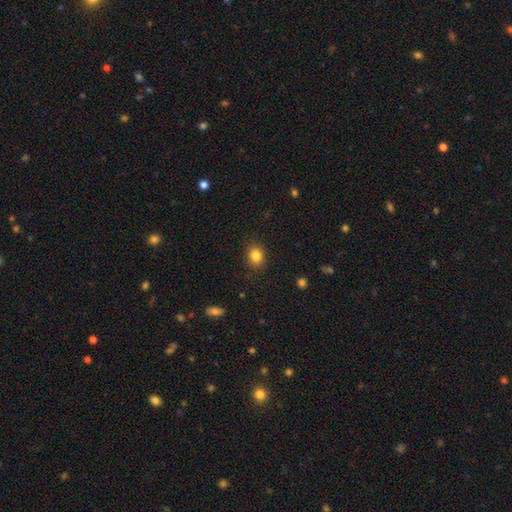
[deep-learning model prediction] Q: Smooth or featured?
A: smooth (84%); runner-up: star or artifact (11%)
Q: How rounded?
A: round (55%); runner-up: in between (44%)
Q: Merging?
A: none (88%); runner-up: minor disturbance (9%)